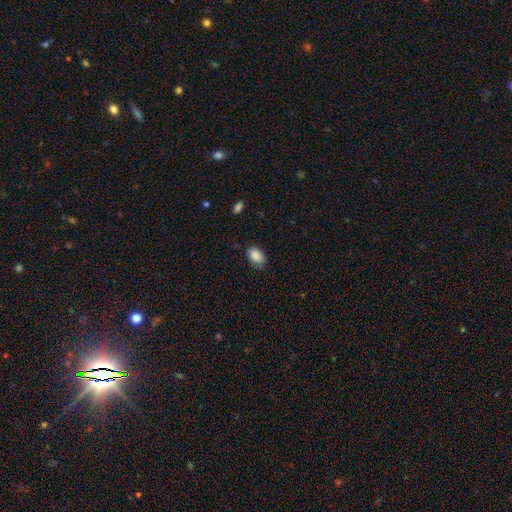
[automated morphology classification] type=smooth (88%); roundness=in between (89%); merging=none (71%).